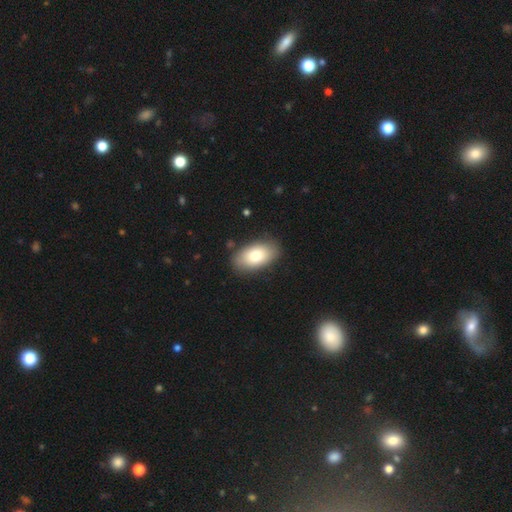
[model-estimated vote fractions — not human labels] Overall: smooth (78%). How rounded: in between (93%). Merging: none (86%).